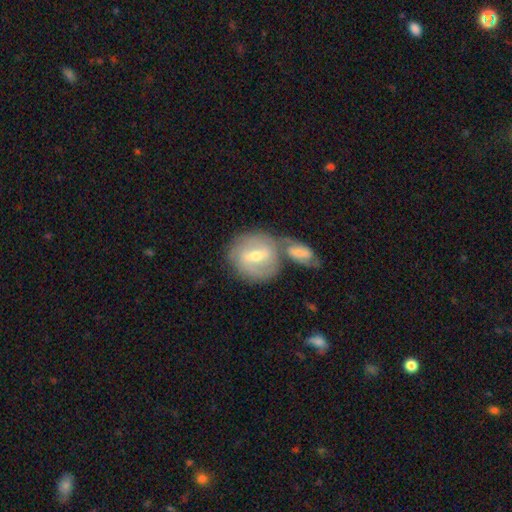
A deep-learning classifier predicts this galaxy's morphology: Smooth or featured? featured or disk (65%)
Edge-on disk? no (94%)
Bar? strong (44%, tied with weak)
Spiral arms? yes (74%)
Bulge size? moderate (59%)
Merging? merger (48%)